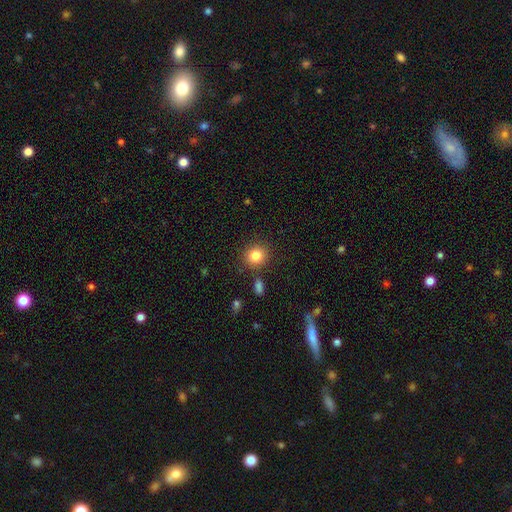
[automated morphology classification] smooth 83%, star or artifact 10%, featured or disk 7%. Down the decision tree: how rounded — round (86%); merging — none (84%).